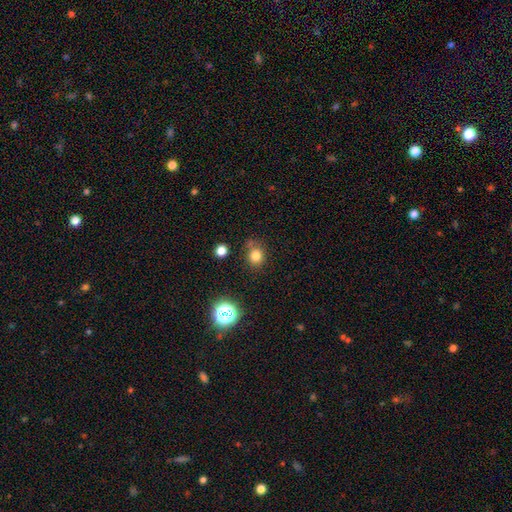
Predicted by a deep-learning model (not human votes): Smooth or featured?
  - smooth: 79% *
  - star or artifact: 15%
  - featured or disk: 6%
How rounded?
  - round: 77% *
  - in between: 22%
  - cigar-shaped: 1%
Merging?
  - none: 68% *
  - minor disturbance: 18%
  - merger: 8%
  - major disturbance: 6%